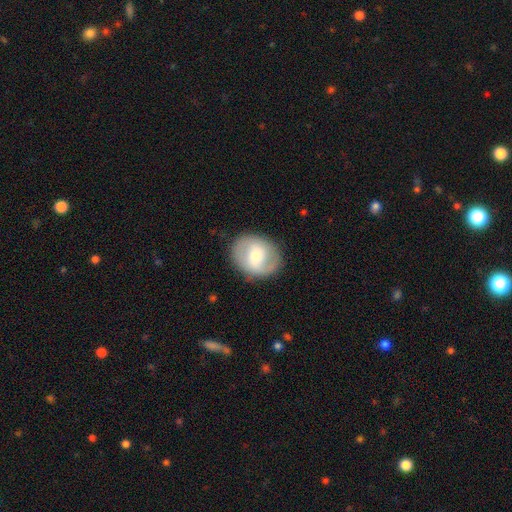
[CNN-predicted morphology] A featured or disk galaxy (52%).

Vote fractions:
- Smooth or featured? featured or disk: 52% / smooth: 42% / star or artifact: 6%
- Edge-on disk? no: 96% / yes: 4%
- Merging? none: 83% / minor disturbance: 11% / major disturbance: 4% / merger: 1%